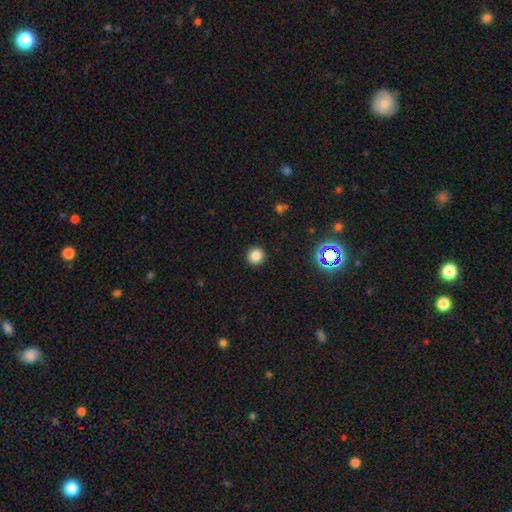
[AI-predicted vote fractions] Smooth or featured?
  - smooth: 82% *
  - star or artifact: 14%
  - featured or disk: 4%
How rounded?
  - round: 94% *
  - in between: 5%
  - cigar-shaped: 1%
Merging?
  - none: 92% *
  - minor disturbance: 5%
  - major disturbance: 2%
  - merger: 1%